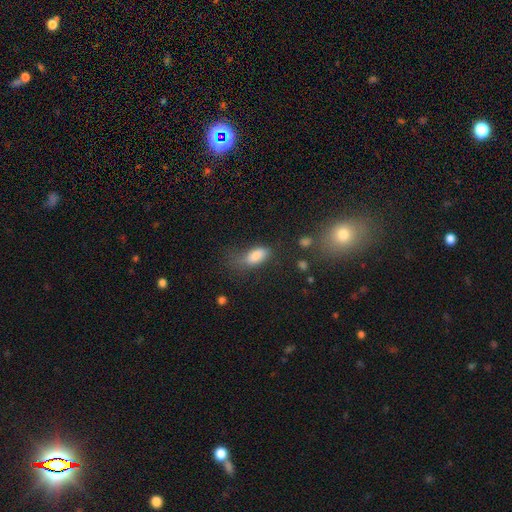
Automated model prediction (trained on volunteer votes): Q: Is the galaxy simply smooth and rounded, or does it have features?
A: smooth — 80%.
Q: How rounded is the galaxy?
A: in between — 87%.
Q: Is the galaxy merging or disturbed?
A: none — 38%.